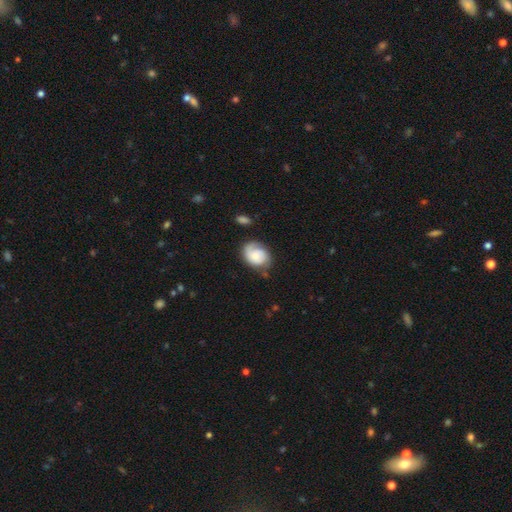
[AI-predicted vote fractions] The model was most divided on "bulge size": moderate: 44%, small: 43%, large: 7%, none: 5%, dominant: 2%. More confident: edge-on disk — no (97%); spiral arms — yes (87%); bar — no (72%); merging — none (64%); smooth or featured — featured or disk (53%).